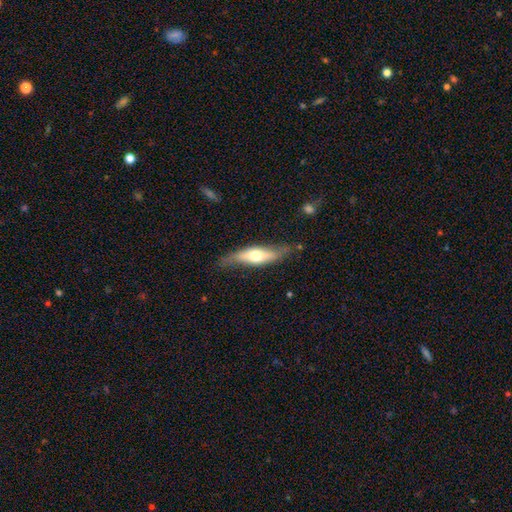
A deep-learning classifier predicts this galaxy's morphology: smooth-or-featured: featured or disk: 51% | smooth: 43% | star or artifact: 5%
  disk-edge-on: yes: 70% | no: 30%
  merging: none: 68% | minor disturbance: 23% | major disturbance: 7% | merger: 2%